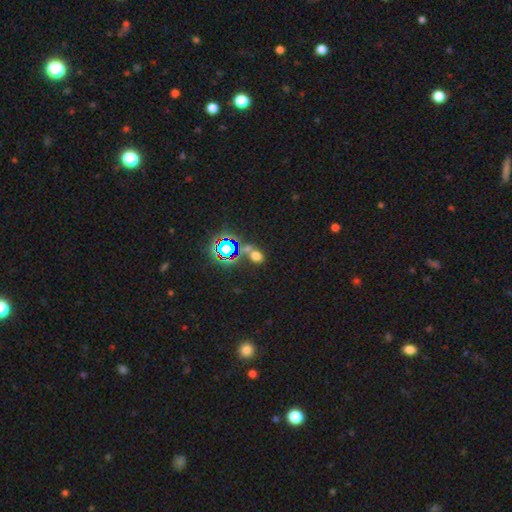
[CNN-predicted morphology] This is possibly a smooth galaxy (56%). How rounded: possibly in between (58%). Merging: possibly none (56%).